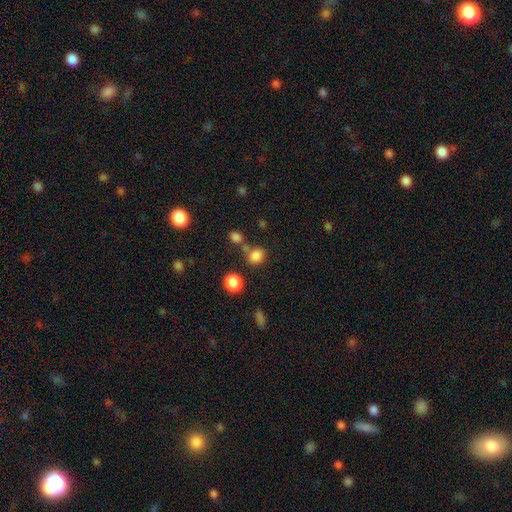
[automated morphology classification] smooth_or_featured: smooth (p=0.81) [alt: star or artifact p=0.14]
how_rounded: round (p=0.69) [alt: in between p=0.30]
merging: none (p=0.65) [alt: merger p=0.20]